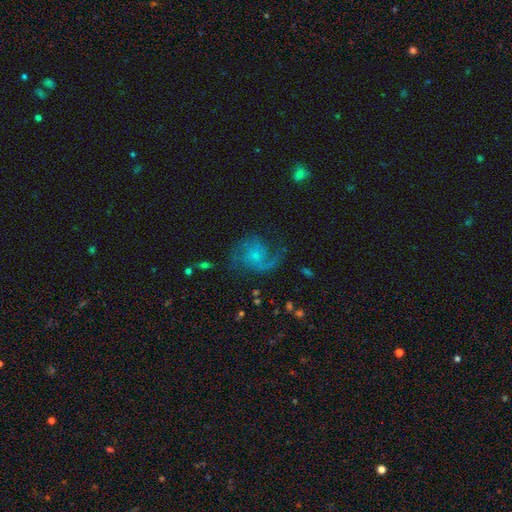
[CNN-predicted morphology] smooth-or-featured: featured or disk: 81% | smooth: 11% | star or artifact: 8%
  disk-edge-on: no: 98% | yes: 2%
    bar: no: 69% | weak: 27% | strong: 4%
    has-spiral-arms: yes: 95% | no: 5%
      spiral-winding: medium: 48% | loose: 36% | tight: 17%
      spiral-arm-count: 2: 67% | 1: 17% | can't tell: 7% | 3: 5% | 4: 2% | more than 4: 2%
    bulge-size: small: 62% | moderate: 20% | none: 14% | large: 2% | dominant: 1%
  merging: none: 63% | minor disturbance: 18% | major disturbance: 17% | merger: 2%